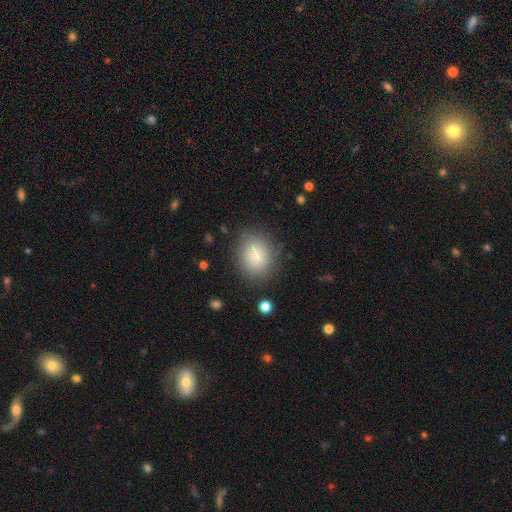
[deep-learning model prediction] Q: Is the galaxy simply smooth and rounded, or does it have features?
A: smooth — 84%.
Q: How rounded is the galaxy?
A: round — 50%.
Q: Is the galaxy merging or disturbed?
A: none — 80%.